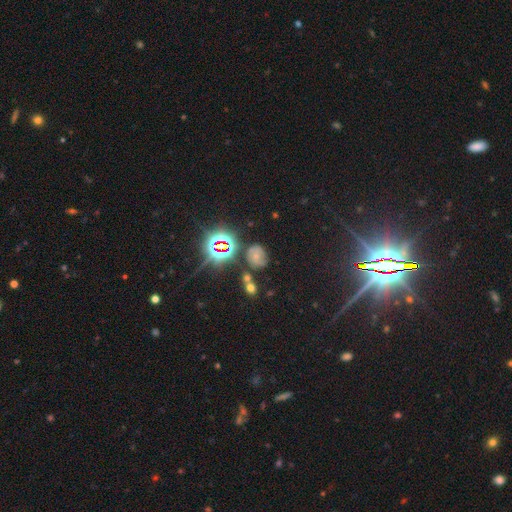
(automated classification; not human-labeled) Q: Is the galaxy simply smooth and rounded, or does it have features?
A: star or artifact — 38%.